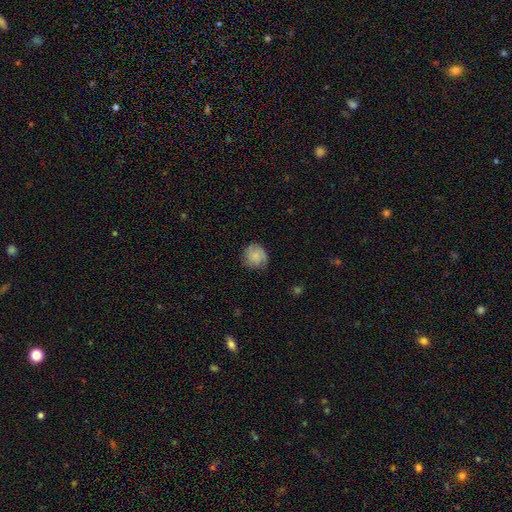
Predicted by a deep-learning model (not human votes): The model was most divided on "smooth or featured": smooth: 71%, featured or disk: 21%, star or artifact: 8%. More confident: how rounded — round (88%); merging — none (75%).